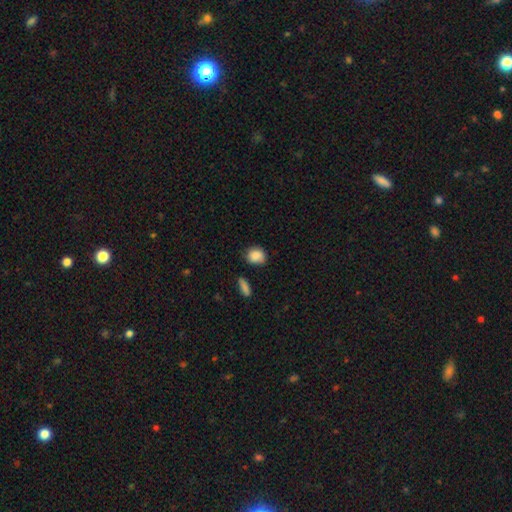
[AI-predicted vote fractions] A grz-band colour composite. It shows a smooth galaxy with no disk features (87%) that is round (56%). Merging: none (65%).